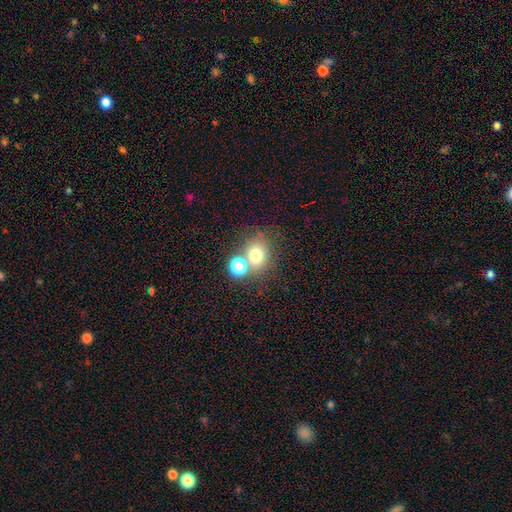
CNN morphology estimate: Smooth or featured: smooth — 73% (star or artifact — 15%)
How rounded: round — 63% (in between — 36%)
Merging: none — 49% (merger — 38%)